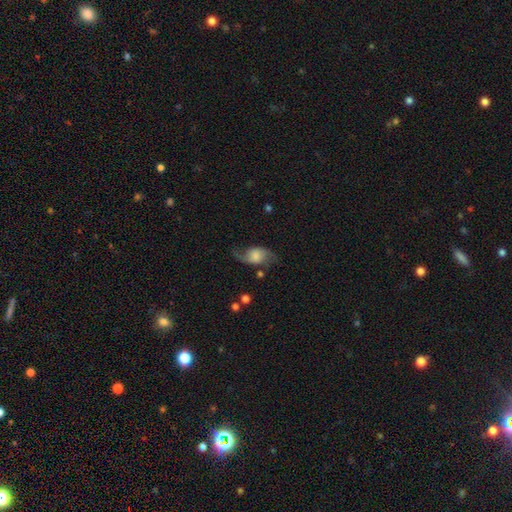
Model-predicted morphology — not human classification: This appears to be a featured or disk galaxy (62%) with no bar (62%), 2 (88%) loose (73%) spiral arms (91%) and a small central bulge (26%). Merging: none (61%).